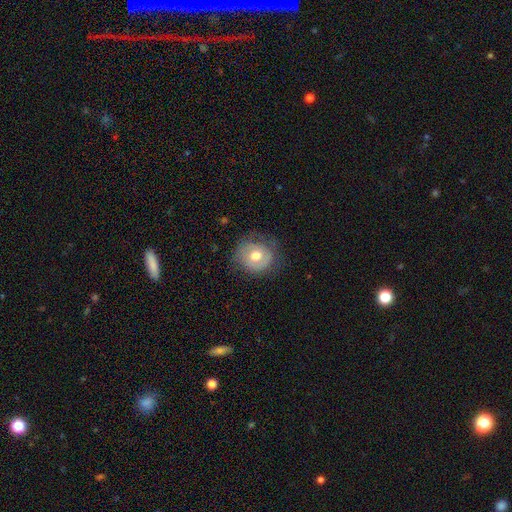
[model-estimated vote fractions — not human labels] Smooth or featured? smooth (55%)
How rounded? round (81%)
Merging? none (69%)